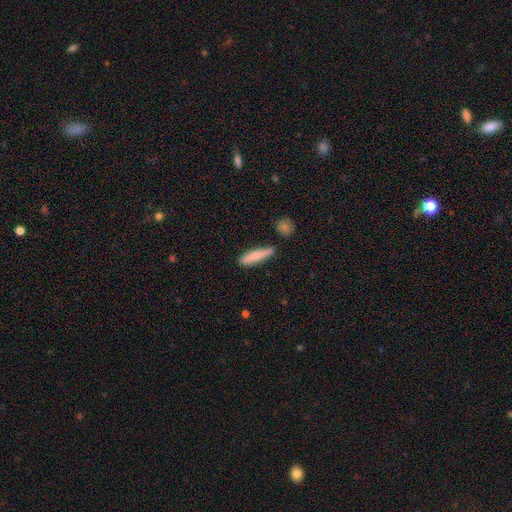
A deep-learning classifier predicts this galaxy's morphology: This is likely a smooth galaxy (72%). How rounded: likely cigar-shaped (72%). Merging: likely none (76%).